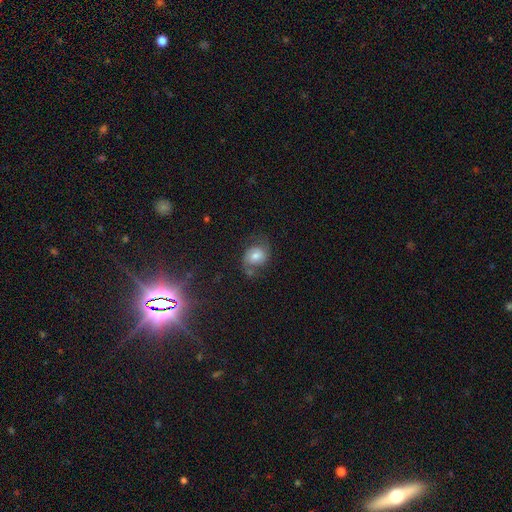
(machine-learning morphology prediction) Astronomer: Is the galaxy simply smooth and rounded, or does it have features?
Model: featured or disk — 45% (runner-up: smooth, 43%).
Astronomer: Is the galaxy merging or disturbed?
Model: none — 58%.